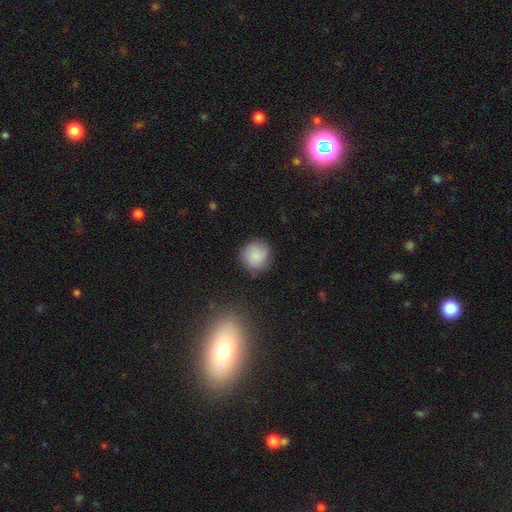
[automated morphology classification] Smooth or featured? Predicted: smooth (p=0.79). How rounded? Predicted: round (p=0.88). Merging? Predicted: none (p=0.78).